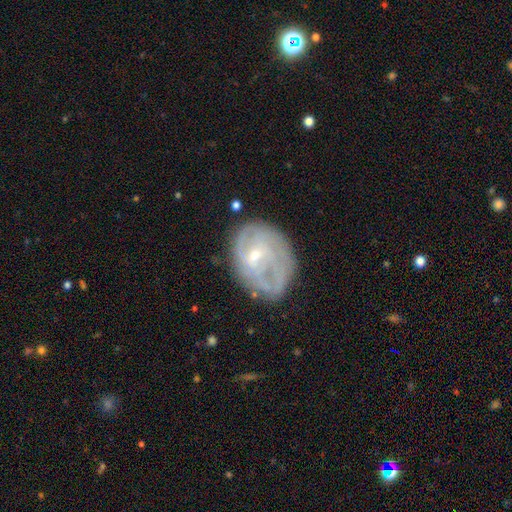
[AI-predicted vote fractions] Q: Smooth or featured?
A: featured or disk (73%); runner-up: smooth (20%)
Q: Edge-on disk?
A: no (97%); runner-up: yes (3%)
Q: Bar?
A: weak (47%); runner-up: no (44%)
Q: Spiral arms?
A: yes (78%); runner-up: no (22%)
Q: Spiral winding?
A: tight (45%); runner-up: medium (37%)
Q: Spiral arm count?
A: can't tell (43%); runner-up: 2 (26%)
Q: Bulge size?
A: small (65%); runner-up: moderate (29%)
Q: Merging?
A: none (55%); runner-up: minor disturbance (26%)